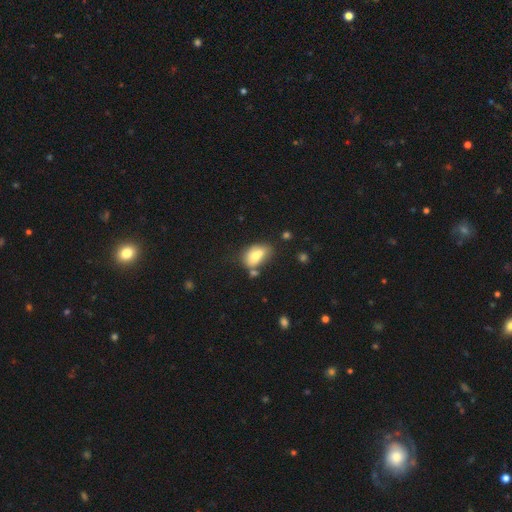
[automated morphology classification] Overall: smooth (73%). How rounded: in between (87%). Merging: none (43%; minor disturbance 25%).